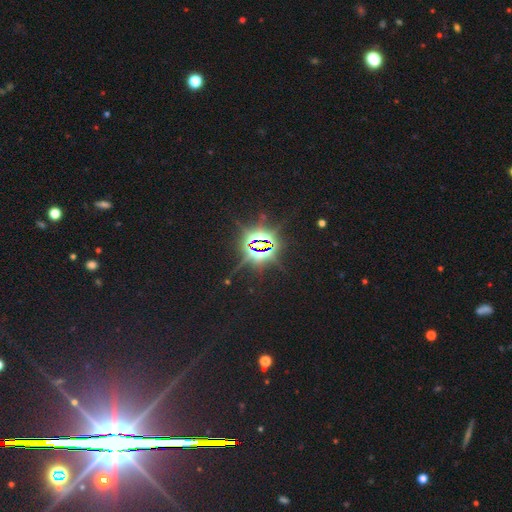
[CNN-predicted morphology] Smooth or featured?
  - star or artifact: 86% *
  - smooth: 8%
  - featured or disk: 6%